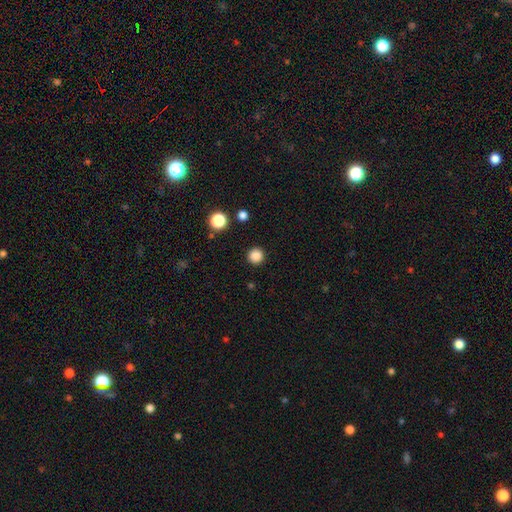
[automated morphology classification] A smooth galaxy with no disk features (86%) that is round (95%).

Vote fractions:
- Smooth or featured? smooth: 86% / star or artifact: 12% / featured or disk: 3%
- How rounded? round: 95% / in between: 4% / cigar-shaped: 1%
- Merging? none: 92% / minor disturbance: 5% / major disturbance: 2% / merger: 1%